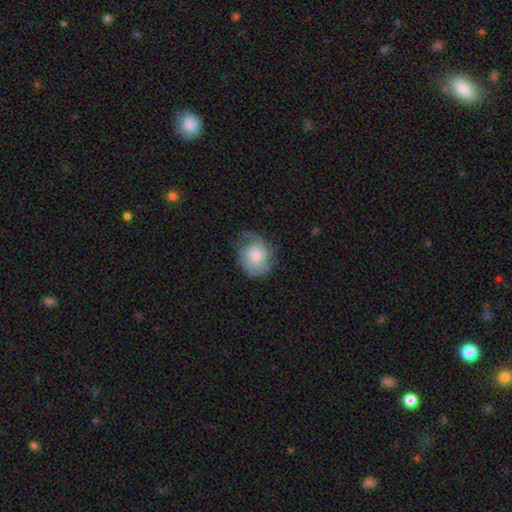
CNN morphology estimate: Smooth or featured?
  - featured or disk: 56% *
  - smooth: 37%
  - star or artifact: 7%
Edge-on disk?
  - no: 97% *
  - yes: 3%
Bar?
  - no: 80% *
  - weak: 17%
  - strong: 2%
Spiral arms?
  - yes: 85% *
  - no: 15%
Bulge size?
  - moderate: 48% *
  - small: 38%
  - large: 9%
  - none: 3%
  - dominant: 2%
Merging?
  - none: 59% *
  - minor disturbance: 25%
  - major disturbance: 15%
  - merger: 1%